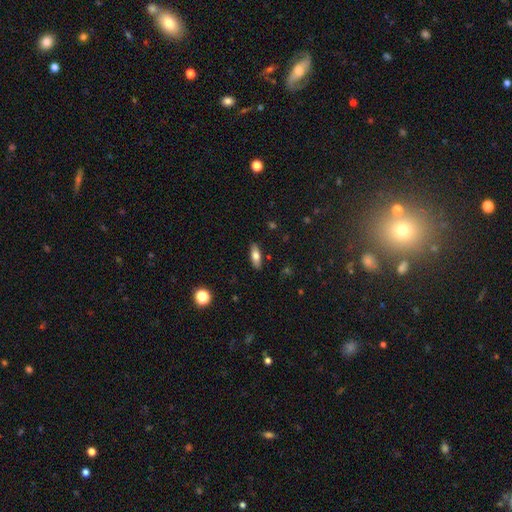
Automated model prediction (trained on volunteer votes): This appears to be a smooth galaxy with no disk features (72%) that is in between round and cigar-shaped (67%). Merging: none (88%).